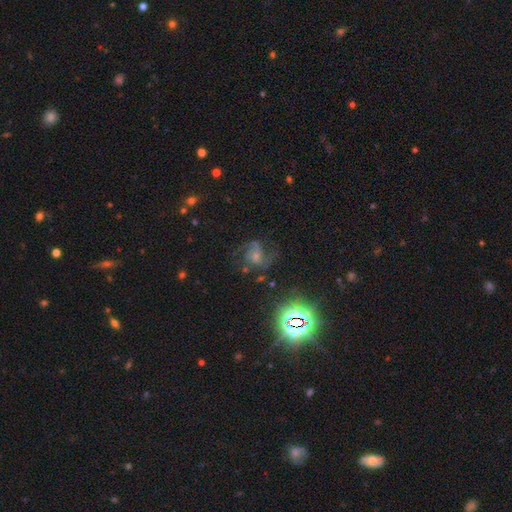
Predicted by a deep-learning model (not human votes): Smooth or featured?
  - featured or disk: 71% *
  - star or artifact: 18%
  - smooth: 11%
Edge-on disk?
  - no: 98% *
  - yes: 2%
Bar?
  - no: 62% *
  - weak: 31%
  - strong: 8%
Spiral arms?
  - yes: 93% *
  - no: 7%
Spiral winding?
  - medium: 50% *
  - loose: 36%
  - tight: 14%
Spiral arm count?
  - 2: 61% *
  - 3: 16%
  - can't tell: 11%
  - 1: 6%
  - 4: 3%
  - more than 4: 3%
Bulge size?
  - small: 49% *
  - moderate: 33%
  - none: 12%
  - large: 4%
  - dominant: 2%
Merging?
  - none: 57% *
  - major disturbance: 21%
  - minor disturbance: 19%
  - merger: 3%